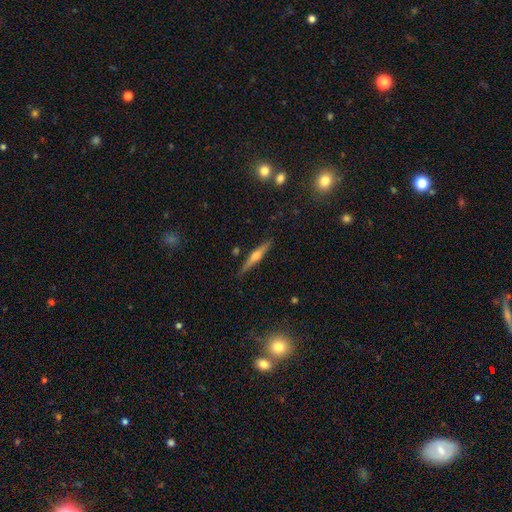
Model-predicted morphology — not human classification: featured or disk 59%, smooth 33%, star or artifact 8%. Down the decision tree: edge-on disk — yes (97%); edge-on bulge — rounded (81%); merging — none (87%).